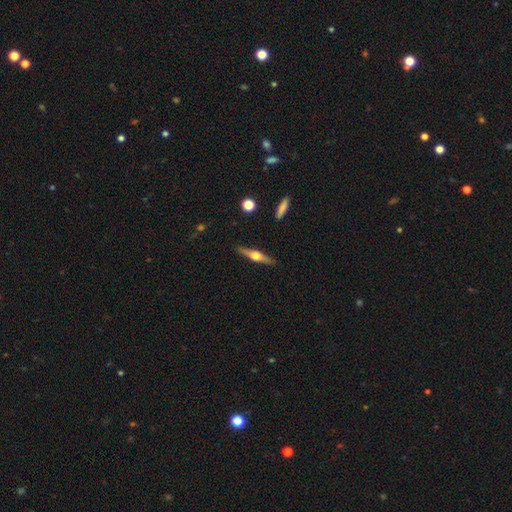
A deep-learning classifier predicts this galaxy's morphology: Overall: featured or disk (69%). Edge-on disk: yes (97%). Edge-on bulge: rounded (94%). Merging: none (89%).